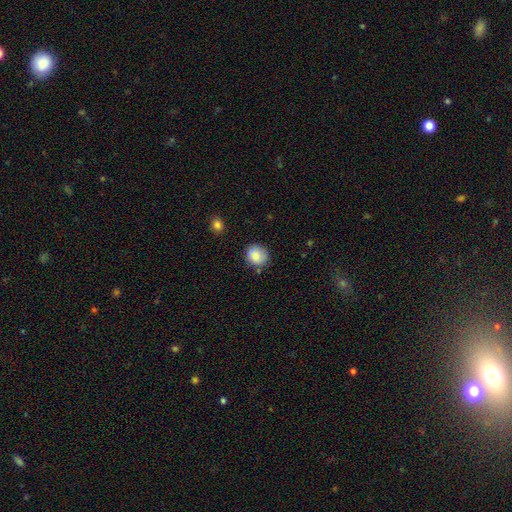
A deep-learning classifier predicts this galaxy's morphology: Smooth or featured: smooth — 79% (featured or disk — 12%)
How rounded: round — 84% (in between — 15%)
Merging: none — 74% (minor disturbance — 17%)